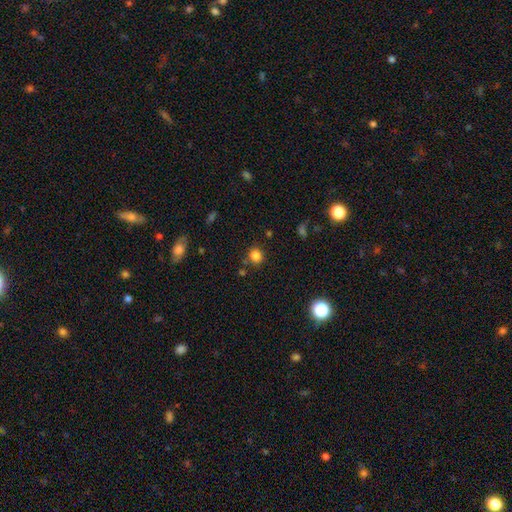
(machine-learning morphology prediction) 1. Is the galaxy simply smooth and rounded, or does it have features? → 82% smooth, 13% star or artifact, 5% featured or disk.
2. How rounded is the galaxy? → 85% round, 14% in between, 1% cigar-shaped.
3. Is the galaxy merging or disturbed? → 81% none, 10% minor disturbance, 6% merger, 3% major disturbance.